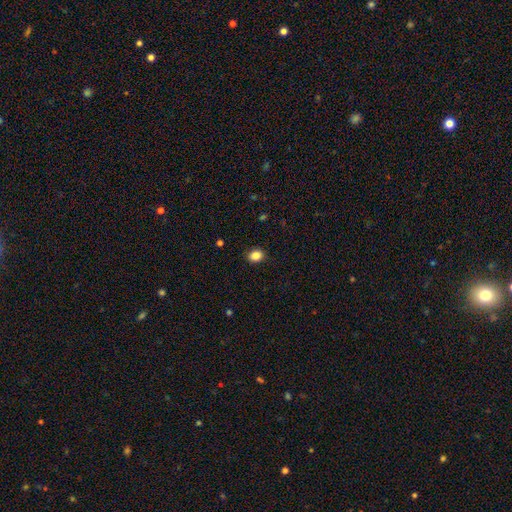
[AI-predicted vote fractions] Q: Smooth or featured?
A: smooth (87%); runner-up: star or artifact (10%)
Q: How rounded?
A: round (51%); runner-up: in between (48%)
Q: Merging?
A: none (90%); runner-up: minor disturbance (7%)